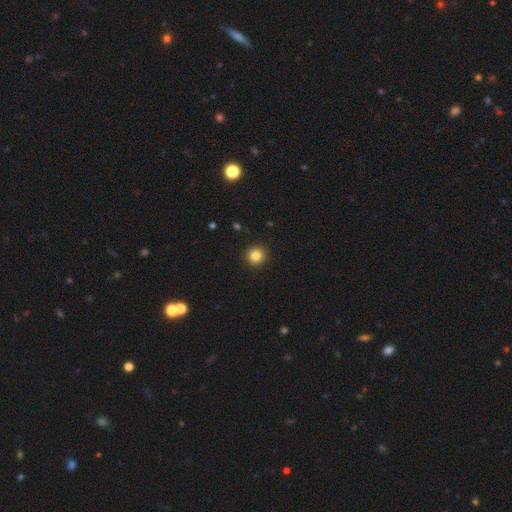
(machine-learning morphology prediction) This is clearly a smooth galaxy (84%). How rounded: clearly round (95%). Merging: clearly none (93%).